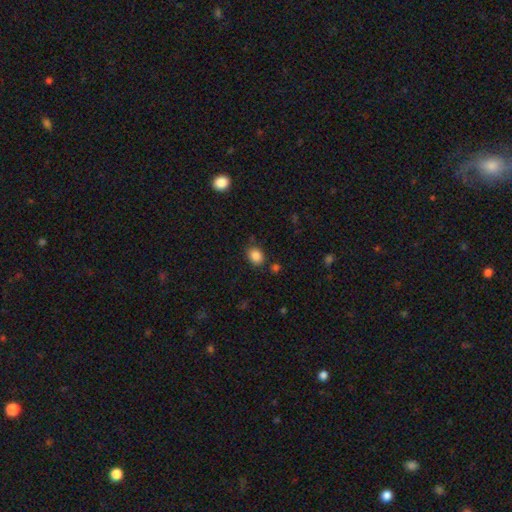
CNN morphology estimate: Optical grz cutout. It shows a smooth galaxy with no disk features (86%) that is in between round and cigar-shaped (54%). Merging: none (80%).